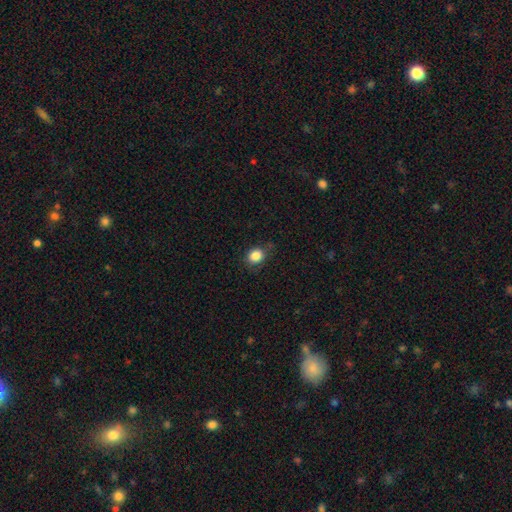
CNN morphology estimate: A smooth galaxy with no disk features (85%) that is round (67%).

Vote fractions:
- Smooth or featured? smooth: 85% / star or artifact: 10% / featured or disk: 5%
- How rounded? round: 67% / in between: 32% / cigar-shaped: 1%
- Merging? none: 77% / minor disturbance: 17% / major disturbance: 4% / merger: 1%